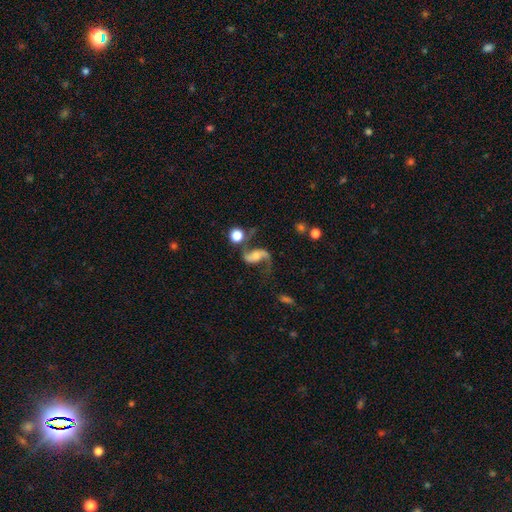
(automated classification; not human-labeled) A featured or disk galaxy (83%) with no bar (47%), 2 (90%) loose (83%) spiral arms (95%) and a small central bulge (39%).

Vote fractions:
- Smooth or featured? featured or disk: 83% / smooth: 10% / star or artifact: 7%
- Edge-on disk? no: 97% / yes: 3%
- Bar? no: 47% / weak: 33% / strong: 20%
- Spiral arms? yes: 95% / no: 5%
- Spiral winding? loose: 83% / medium: 14% / tight: 3%
- Spiral arm count? 2: 90% / 1: 5% / can't tell: 2% / 3: 1% / 4: 1% / more than 4: 1%
- Bulge size? small: 39% / moderate: 38% / none: 11% / large: 9% / dominant: 3%
- Merging? none: 54% / major disturbance: 18% / minor disturbance: 16% / merger: 12%